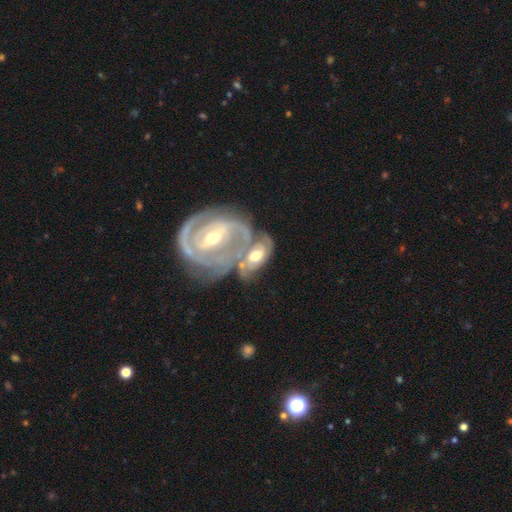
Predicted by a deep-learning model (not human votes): smooth-or-featured: featured or disk: 74% | smooth: 21% | star or artifact: 6%
  disk-edge-on: no: 95% | yes: 5%
    bar: no: 42% | weak: 36% | strong: 22%
    has-spiral-arms: yes: 80% | no: 20%
      spiral-winding: tight: 52% | medium: 36% | loose: 12%
      spiral-arm-count: 2: 40% | can't tell: 31% | 3: 14% | 1: 6% | 4: 4% | more than 4: 4%
    bulge-size: moderate: 68% | small: 15% | large: 14% | none: 2% | dominant: 2%
  merging: merger: 65% | none: 18% | minor disturbance: 9% | major disturbance: 8%